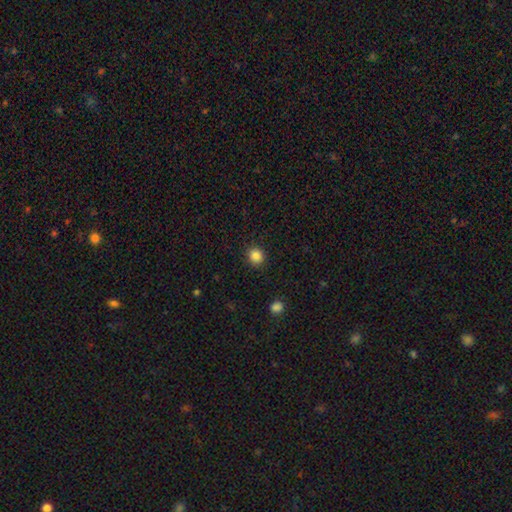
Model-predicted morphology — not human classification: This is clearly a smooth galaxy (86%). How rounded: clearly round (86%). Merging: clearly none (91%).